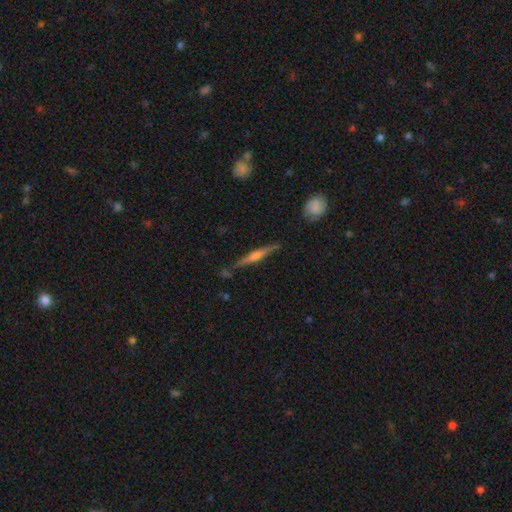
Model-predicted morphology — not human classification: Smooth or featured?
  - featured or disk: 70% *
  - smooth: 23%
  - star or artifact: 6%
Edge-on disk?
  - yes: 97% *
  - no: 3%
Edge-on bulge?
  - rounded: 68% *
  - boxy: 20%
  - none: 12%
Merging?
  - none: 84% *
  - minor disturbance: 11%
  - merger: 3%
  - major disturbance: 2%